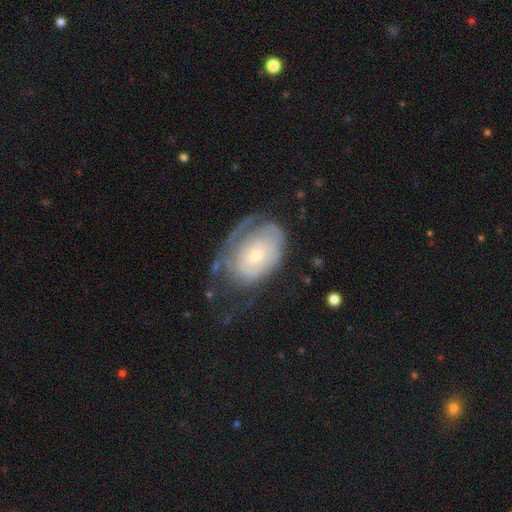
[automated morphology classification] Smooth or featured? Predicted: featured or disk (p=0.62). Edge-on disk? Predicted: no (p=0.95). Bar? Predicted: no (p=0.78). Spiral arms? Predicted: yes (p=0.67). Bulge size? Predicted: small (p=0.57). Merging? Predicted: none (p=0.36, tied with major disturbance).